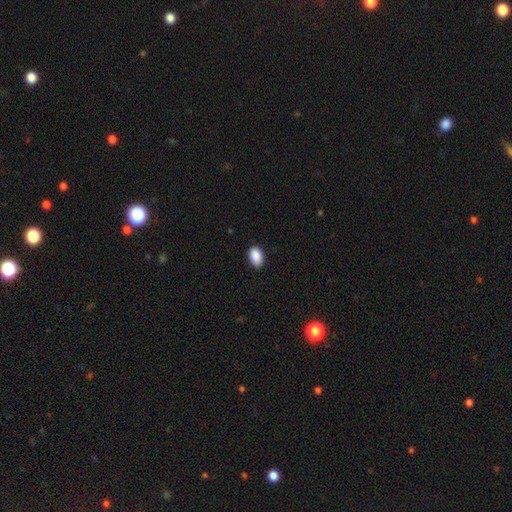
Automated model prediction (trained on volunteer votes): A smooth galaxy with no disk features (90%) that is in between round and cigar-shaped (91%). Merging: none (84%).